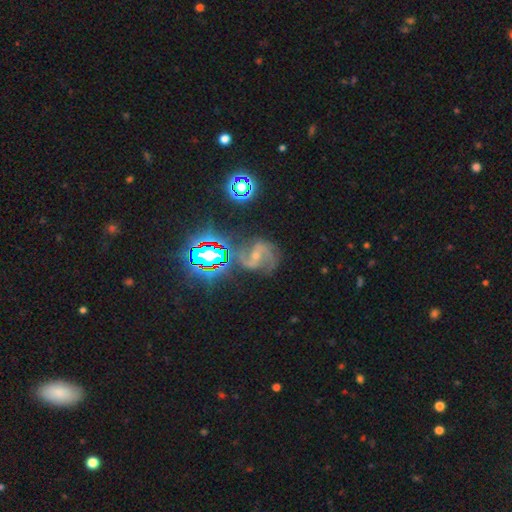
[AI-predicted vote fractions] Morphology: type=featured or disk (77%); edge-on=no (97%); bar=weak (41%); spiral arms=yes (96%); winding=medium (52%); arm count=2 (77%); bulge=small (64%); merging=none (61%).